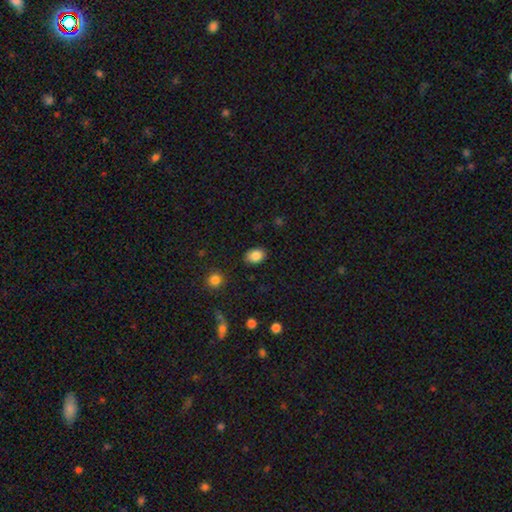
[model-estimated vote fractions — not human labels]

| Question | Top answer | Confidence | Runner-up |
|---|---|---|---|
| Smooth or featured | smooth | 86% | star or artifact (9%) |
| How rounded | in between | 68% | round (31%) |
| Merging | none | 86% | minor disturbance (10%) |